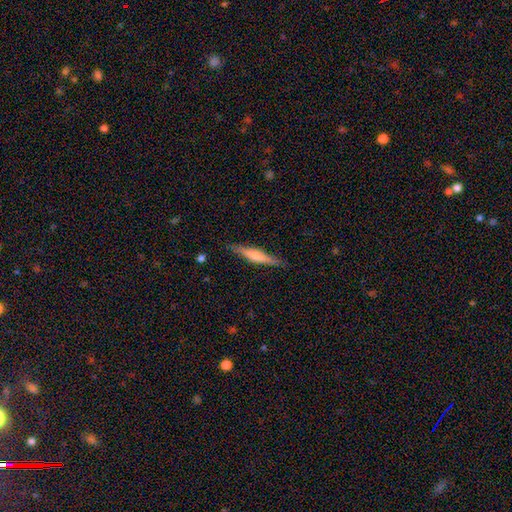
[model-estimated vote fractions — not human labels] Overall: featured or disk (47%, tied with smooth). Merging: none (88%).